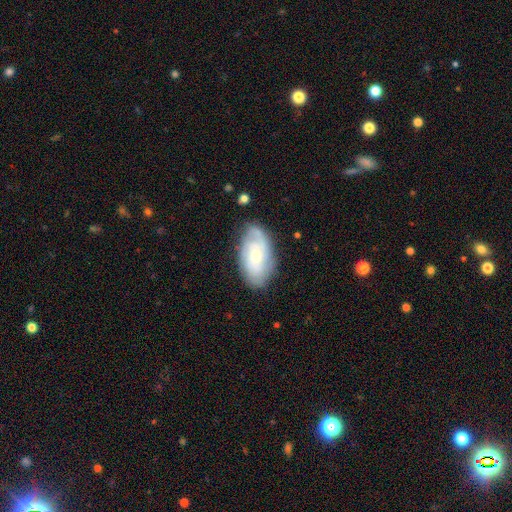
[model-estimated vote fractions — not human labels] This is likely a featured or disk galaxy (67%). It is clearly not viewed edge-on (95%). Bar: likely no (72%). Spiral arm pattern: clearly yes (87%). Spiral arm count: marginally can't tell (40%). Spiral winding: possibly tight (53%). Central bulge: possibly small (51%). Merging: likely none (73%).